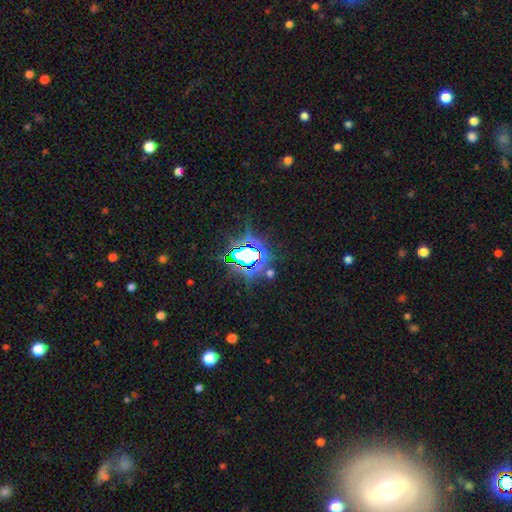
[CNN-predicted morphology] star or artifact 71%, featured or disk 15%, smooth 14%.